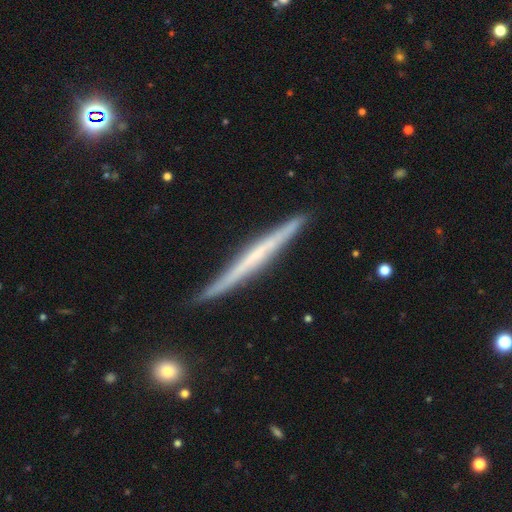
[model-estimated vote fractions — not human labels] This appears to be a featured or disk galaxy (67%) viewed edge-on (97%) with no central bulge (79%). Merging: none (86%).